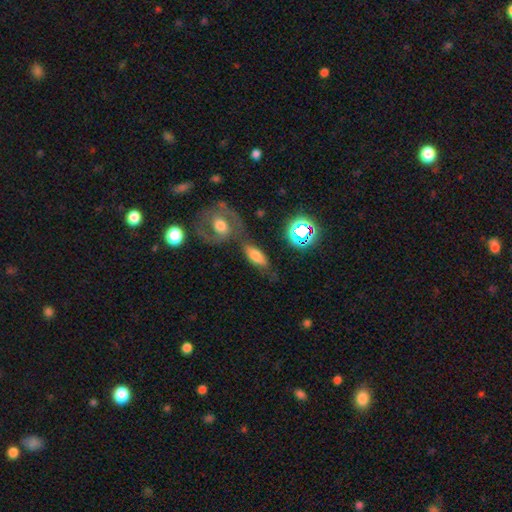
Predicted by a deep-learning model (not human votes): smooth-or-featured: smooth: 62% | featured or disk: 26% | star or artifact: 12%
  how-rounded: in between: 77% | cigar-shaped: 16% | round: 7%
  merging: none: 57% | merger: 18% | minor disturbance: 16% | major disturbance: 8%